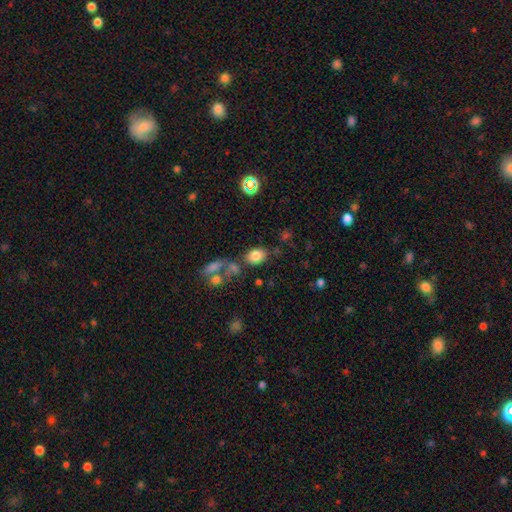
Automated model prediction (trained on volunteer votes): smooth-or-featured: smooth: 80% | star or artifact: 11% | featured or disk: 9%
  how-rounded: in between: 62% | round: 36% | cigar-shaped: 1%
  merging: none: 67% | minor disturbance: 14% | merger: 12% | major disturbance: 6%